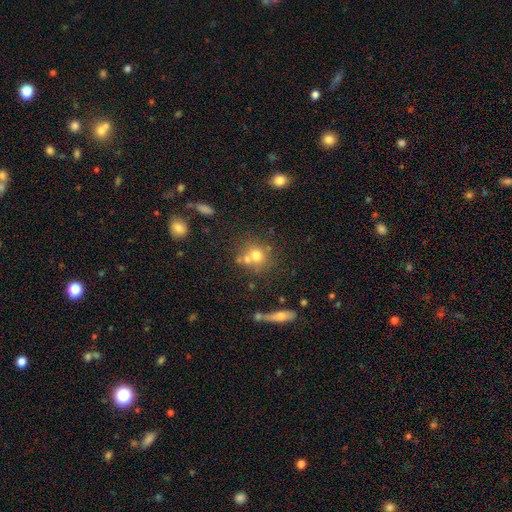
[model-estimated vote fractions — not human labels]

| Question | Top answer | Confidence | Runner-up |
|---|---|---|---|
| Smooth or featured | smooth | 69% | featured or disk (17%) |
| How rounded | round | 83% | in between (16%) |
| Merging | none | 55% | merger (29%) |